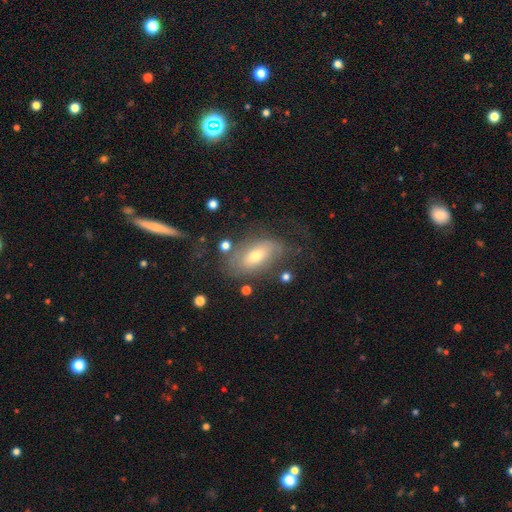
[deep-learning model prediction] Smooth or featured? smooth (49%)
Merging? none (54%)